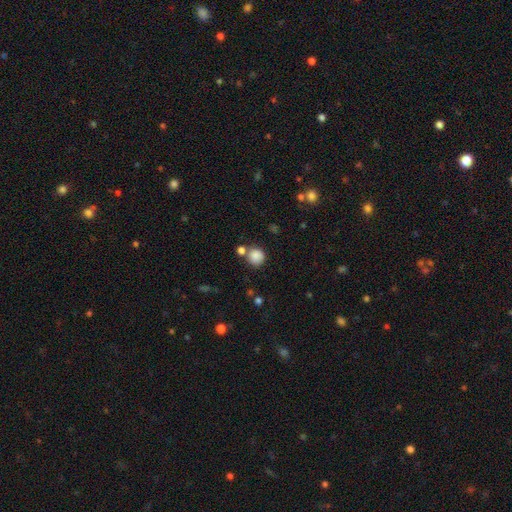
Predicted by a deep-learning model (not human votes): Smooth or featured?
  - smooth: 85% *
  - star or artifact: 10%
  - featured or disk: 5%
How rounded?
  - round: 89% *
  - in between: 10%
  - cigar-shaped: 1%
Merging?
  - none: 65% *
  - merger: 18%
  - minor disturbance: 12%
  - major disturbance: 5%